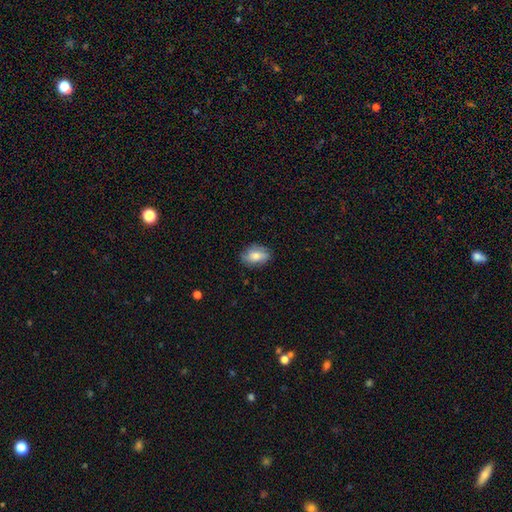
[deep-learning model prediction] This appears to be a smooth galaxy with no disk features (66%) that is in between round and cigar-shaped (82%). Merging: none (78%).